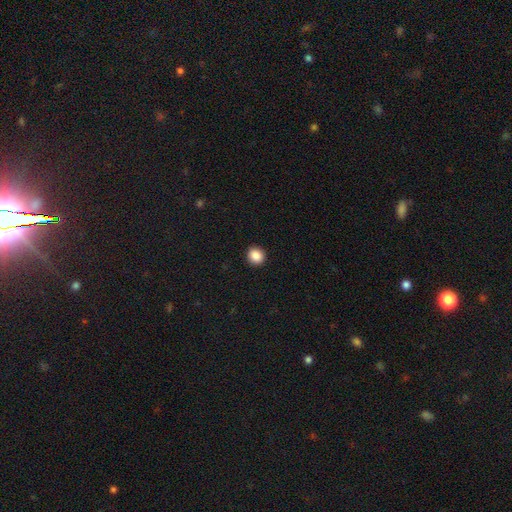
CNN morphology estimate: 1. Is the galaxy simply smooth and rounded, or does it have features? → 88% smooth, 9% star or artifact, 3% featured or disk.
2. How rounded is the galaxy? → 86% round, 13% in between, 1% cigar-shaped.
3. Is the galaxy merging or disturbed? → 93% none, 5% minor disturbance, 2% major disturbance, 1% merger.